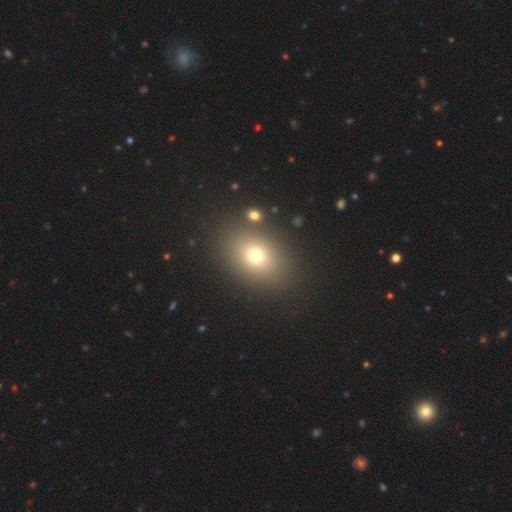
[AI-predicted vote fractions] Smooth or featured: smooth — 70% (star or artifact — 18%)
How rounded: in between — 59% (round — 39%)
Merging: none — 84% (minor disturbance — 8%)